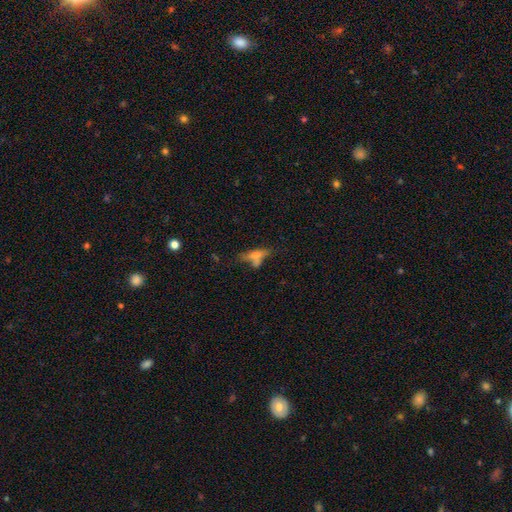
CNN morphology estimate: Smooth or featured? Predicted: smooth (p=0.48). Merging? Predicted: none (p=0.44).